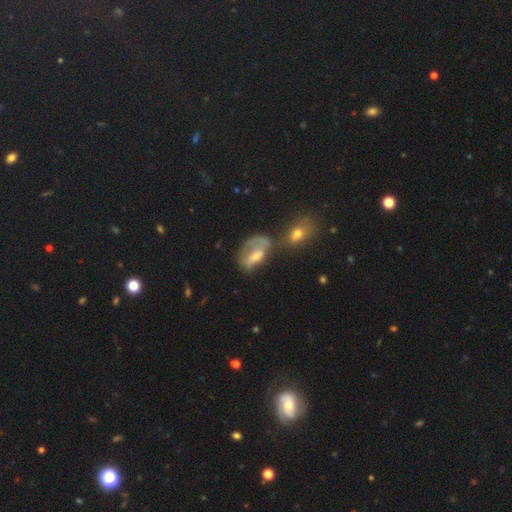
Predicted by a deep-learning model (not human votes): smooth-or-featured: featured or disk: 48% | smooth: 40% | star or artifact: 11%
  merging: none: 32% | merger: 31% | minor disturbance: 19% | major disturbance: 17%